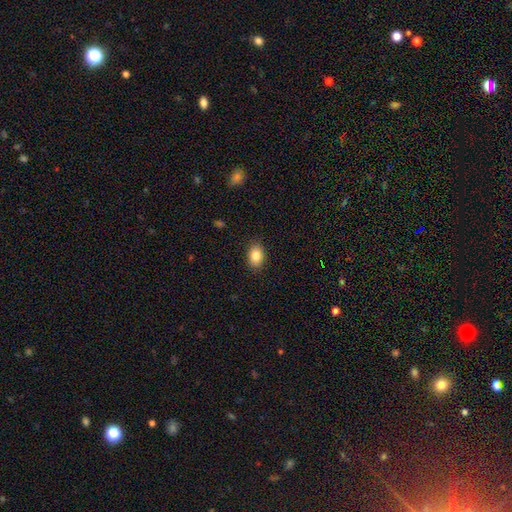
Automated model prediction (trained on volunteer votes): This appears to be a smooth galaxy with no disk features (85%) that is in between round and cigar-shaped (80%). Merging: none (88%).